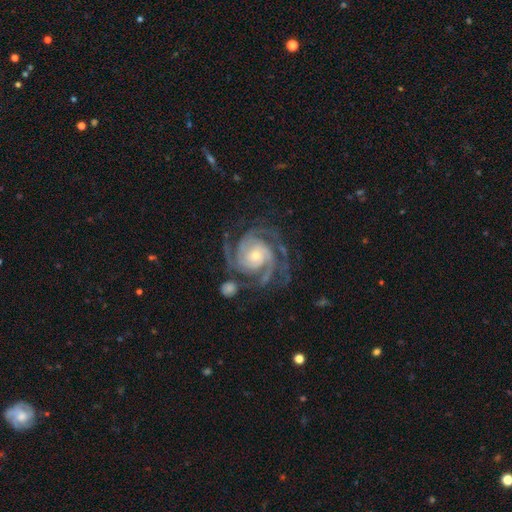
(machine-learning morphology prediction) Overall: featured or disk (93%). Edge-on disk: no (98%). Bar: no (68%). Spiral arms: yes (99%). Spiral arm count: 3 (40%; 4 21%). Spiral winding: tight (67%; medium 29%). Bulge size: small (57%; moderate 38%). Merging: none (71%).